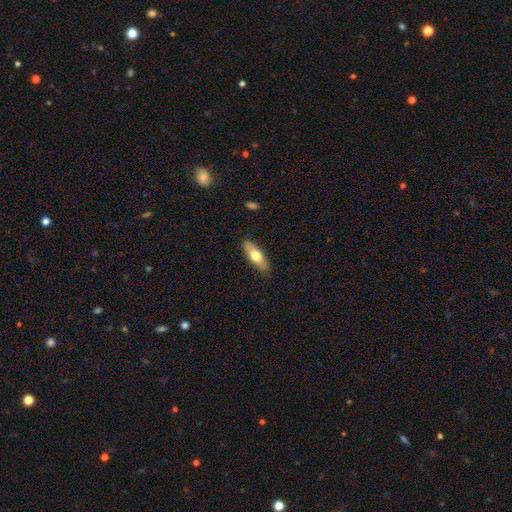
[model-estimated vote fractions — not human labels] Smooth or featured: smooth — 65% (featured or disk — 30%)
How rounded: in between — 57% (cigar-shaped — 40%)
Merging: none — 87% (minor disturbance — 10%)